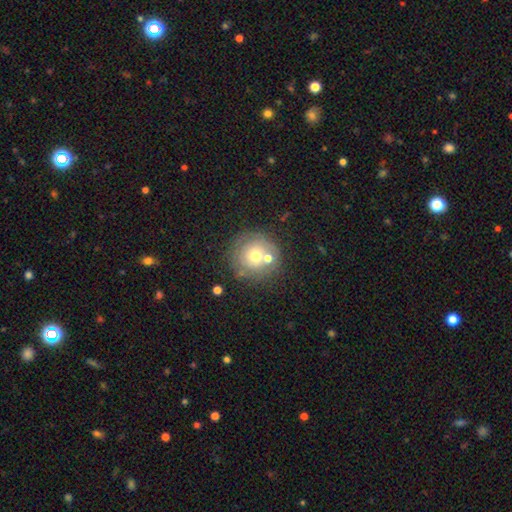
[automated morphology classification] Q: Smooth or featured?
A: smooth (58%); runner-up: featured or disk (30%)
Q: How rounded?
A: round (93%); runner-up: in between (6%)
Q: Merging?
A: none (63%); runner-up: merger (19%)